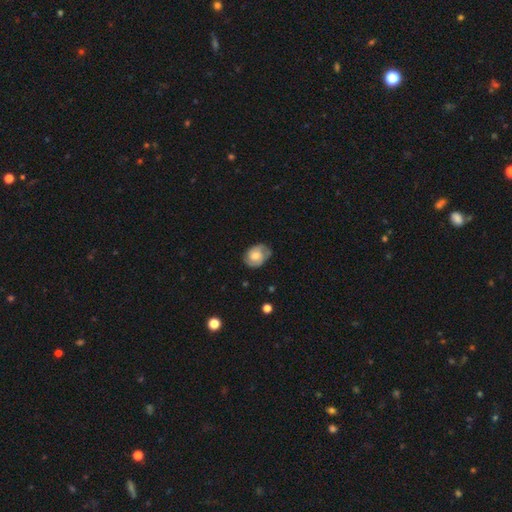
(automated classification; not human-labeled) Smooth or featured?
  - featured or disk: 54% *
  - smooth: 38%
  - star or artifact: 8%
Edge-on disk?
  - no: 97% *
  - yes: 3%
Bar?
  - no: 68% *
  - weak: 27%
  - strong: 4%
Spiral arms?
  - yes: 86% *
  - no: 14%
Bulge size?
  - moderate: 52% *
  - small: 24%
  - large: 16%
  - none: 6%
  - dominant: 2%
Merging?
  - none: 69% *
  - minor disturbance: 24%
  - major disturbance: 6%
  - merger: 1%